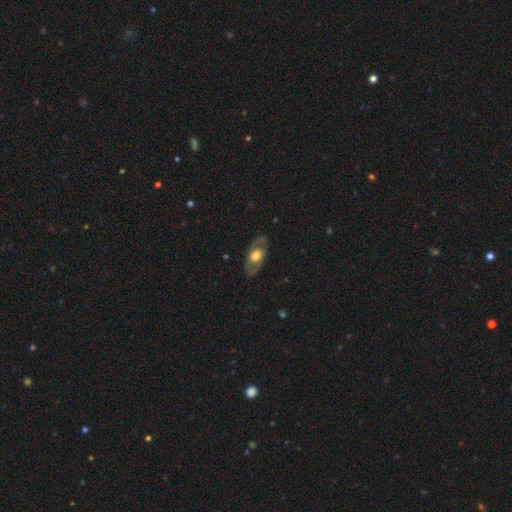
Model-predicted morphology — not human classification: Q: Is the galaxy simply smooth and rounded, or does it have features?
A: featured or disk — 55%.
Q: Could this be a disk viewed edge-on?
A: no — 82%.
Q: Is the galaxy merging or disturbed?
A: none — 80%.